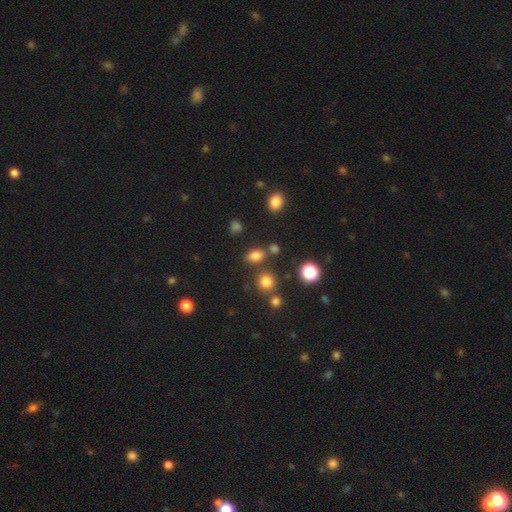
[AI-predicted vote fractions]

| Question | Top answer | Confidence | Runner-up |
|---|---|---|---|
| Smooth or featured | smooth | 78% | star or artifact (15%) |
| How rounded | in between | 73% | round (25%) |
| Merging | none | 73% | minor disturbance (11%) |